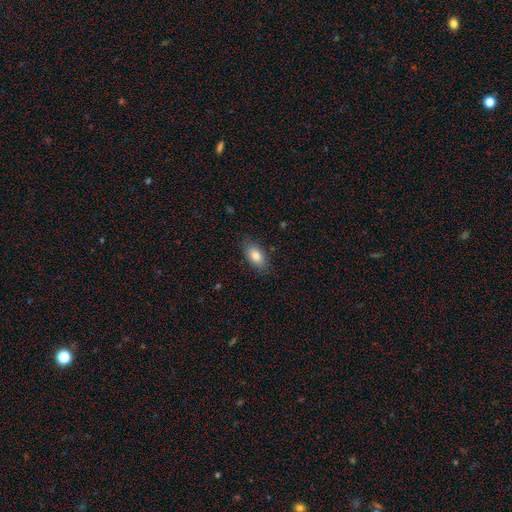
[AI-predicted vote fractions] The model was most divided on "merging": none: 83%, minor disturbance: 13%, major disturbance: 3%, merger: 1%. More confident: how rounded — in between (90%); smooth or featured — smooth (82%).